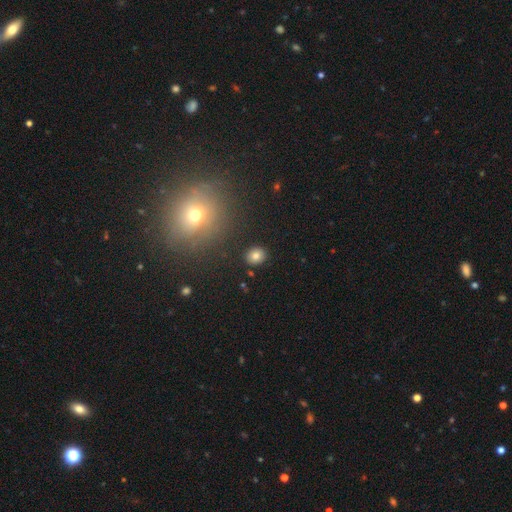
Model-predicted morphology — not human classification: This is likely a smooth galaxy (79%). How rounded: likely round (64%). Merging: clearly none (88%).